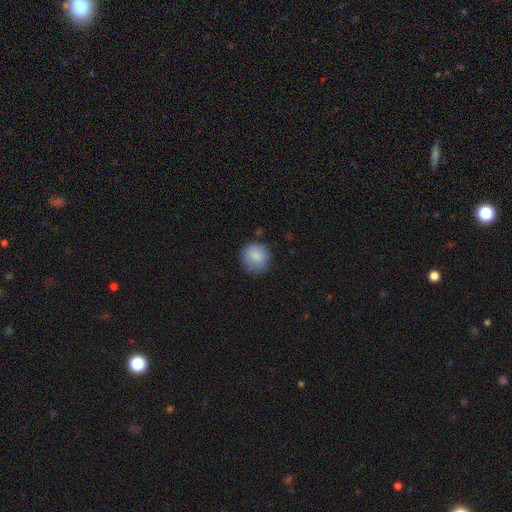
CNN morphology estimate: Smooth or featured? Predicted: smooth (p=0.85). How rounded? Predicted: round (p=0.90). Merging? Predicted: none (p=0.81).